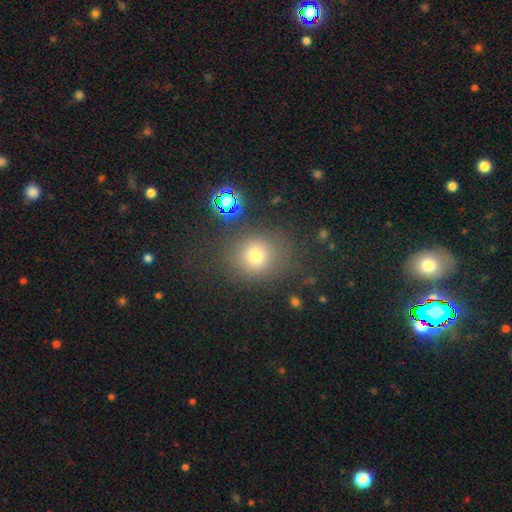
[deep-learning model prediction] This appears to be a smooth galaxy with no disk features (73%) that is round (76%). Merging: none (77%).